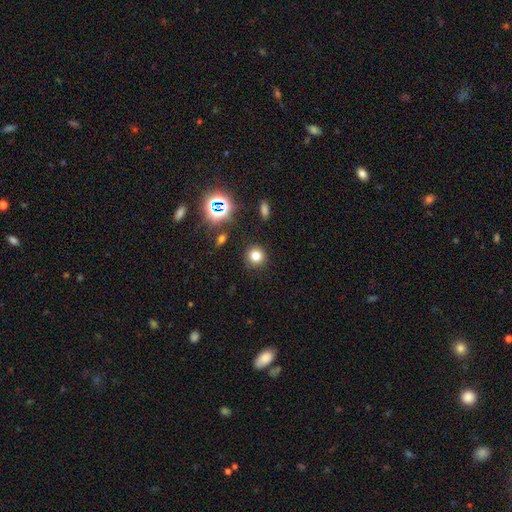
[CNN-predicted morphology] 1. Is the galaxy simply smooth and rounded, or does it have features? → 74% smooth, 19% star or artifact, 7% featured or disk.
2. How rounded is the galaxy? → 92% round, 7% in between, 1% cigar-shaped.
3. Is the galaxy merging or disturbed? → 89% none, 6% minor disturbance, 3% major disturbance, 2% merger.